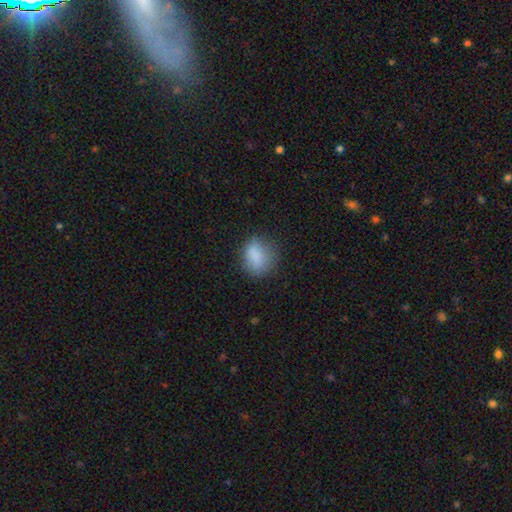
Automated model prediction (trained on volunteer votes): A smooth galaxy with no disk features (82%) that is in between round and cigar-shaped (51%). Merging: none (69%).